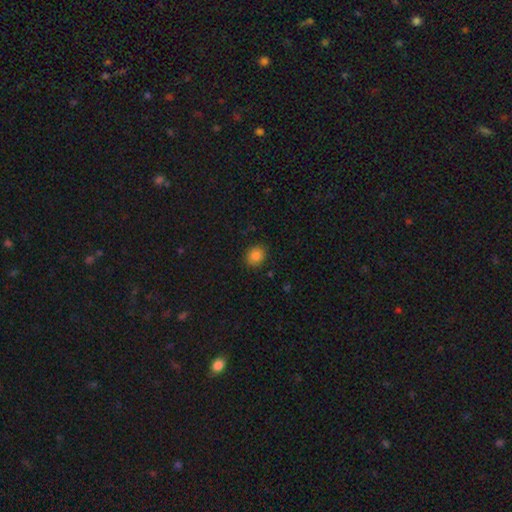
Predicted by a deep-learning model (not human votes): This is clearly a smooth galaxy (85%). How rounded: likely round (73%). Merging: clearly none (88%).